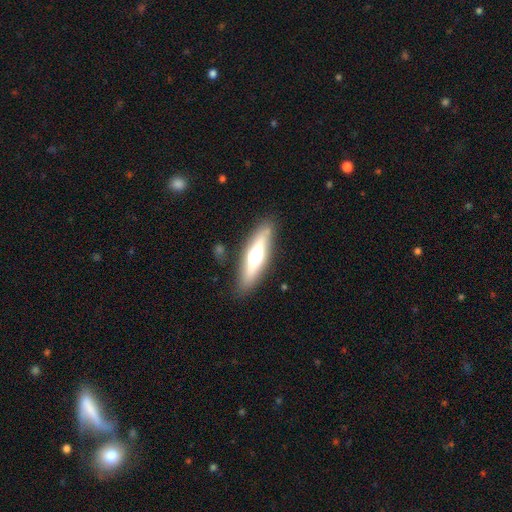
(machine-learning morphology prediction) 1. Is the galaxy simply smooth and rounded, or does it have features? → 52% featured or disk, 40% smooth, 7% star or artifact.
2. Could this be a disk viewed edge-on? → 86% yes, 14% no.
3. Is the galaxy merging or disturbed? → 85% none, 10% minor disturbance, 3% major disturbance, 2% merger.